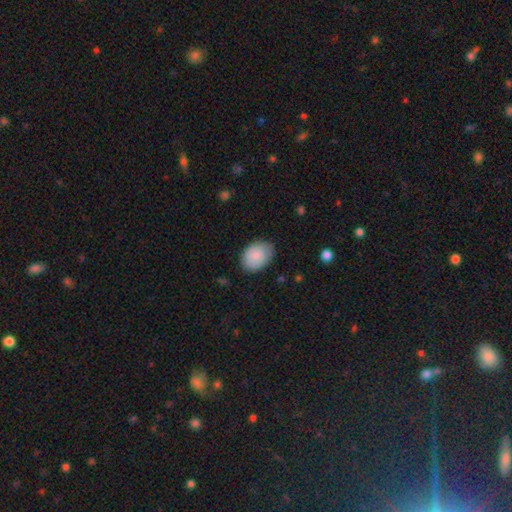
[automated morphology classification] A smooth galaxy with no disk features (85%) that is in between round and cigar-shaped (79%). Merging: none (80%).